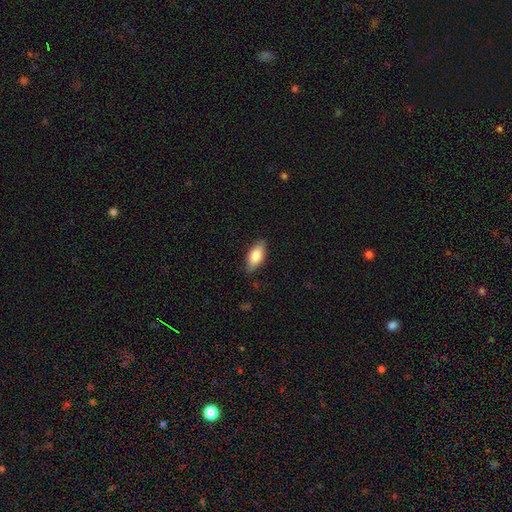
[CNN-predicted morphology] type=smooth (80%); roundness=in between (85%); merging=none (82%).